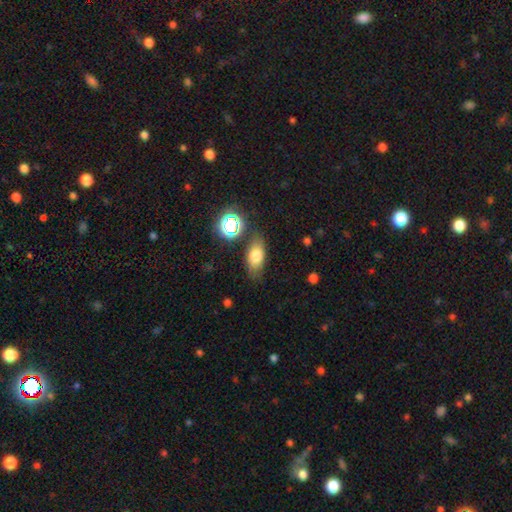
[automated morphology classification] This is likely a smooth galaxy (72%). How rounded: clearly in between (83%). Merging: likely none (75%).